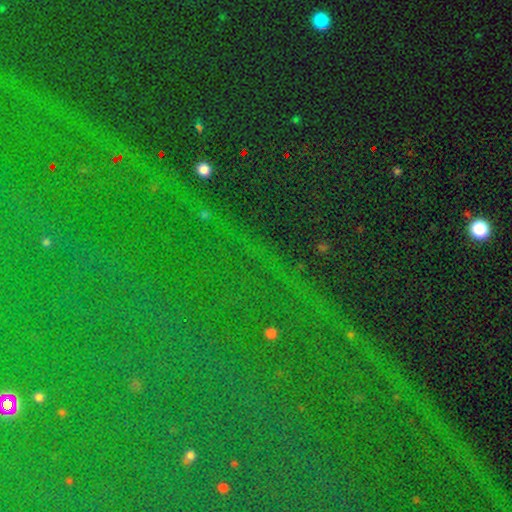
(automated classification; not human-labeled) This is clearly a star or artifact rather than a galaxy (87%).